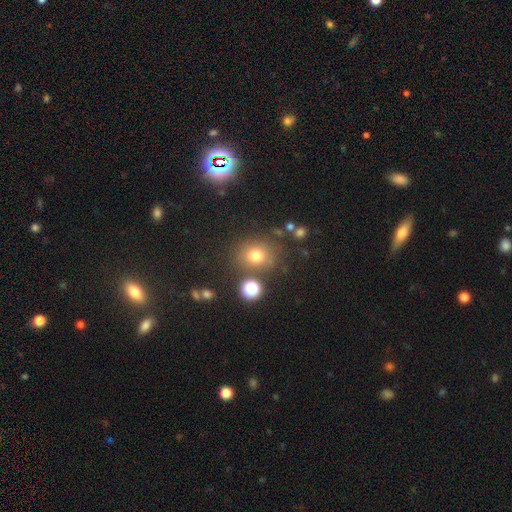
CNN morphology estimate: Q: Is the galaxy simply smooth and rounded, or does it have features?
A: smooth — 74%.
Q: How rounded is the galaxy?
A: round — 71%.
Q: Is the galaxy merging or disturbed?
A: none — 76%.